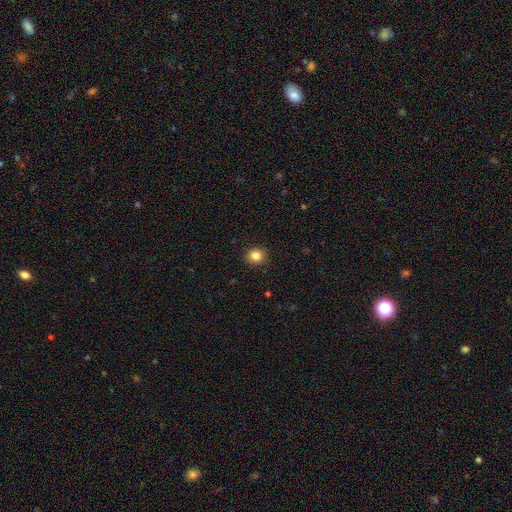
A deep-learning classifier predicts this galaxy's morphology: type=smooth (85%); roundness=round (88%); merging=none (92%).